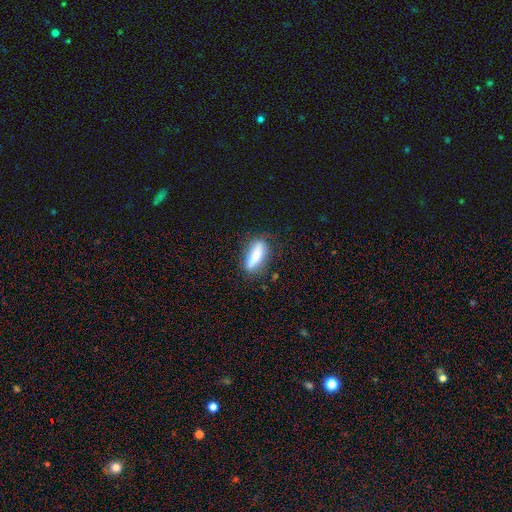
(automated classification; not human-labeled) This is likely a smooth galaxy (73%). How rounded: possibly cigar-shaped (54%). Merging: likely none (75%).